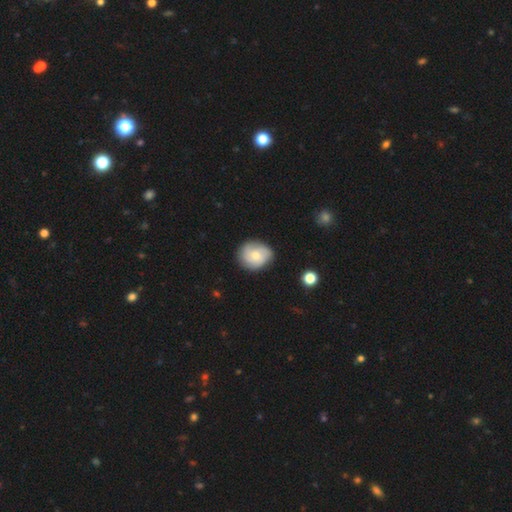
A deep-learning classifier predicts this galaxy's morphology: type=smooth (57%); roundness=round (71%); merging=none (74%).